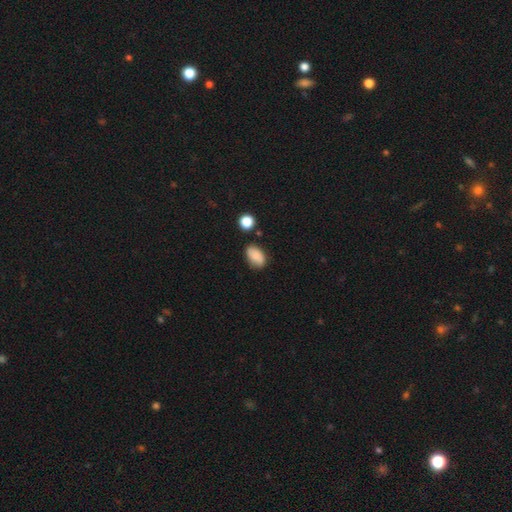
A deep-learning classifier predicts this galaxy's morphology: Overall: smooth (81%). How rounded: in between (88%). Merging: none (68%).